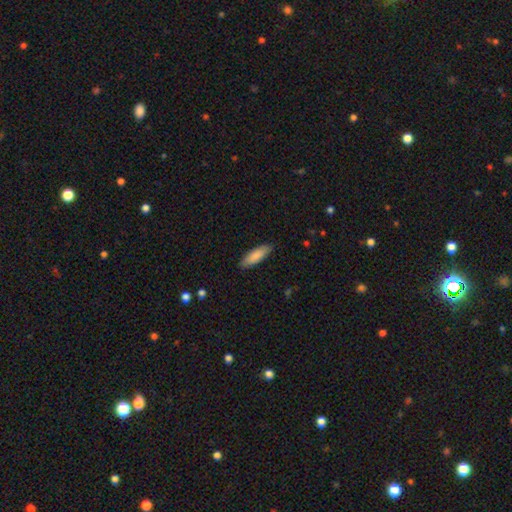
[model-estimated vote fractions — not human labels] Smooth or featured?
  - smooth: 86% *
  - featured or disk: 9%
  - star or artifact: 5%
How rounded?
  - in between: 55% *
  - cigar-shaped: 44%
  - round: 1%
Merging?
  - none: 86% *
  - minor disturbance: 11%
  - major disturbance: 2%
  - merger: 1%